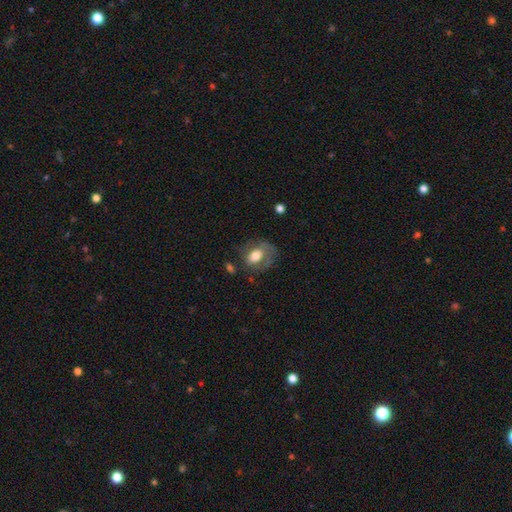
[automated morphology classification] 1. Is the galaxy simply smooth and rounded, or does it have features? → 54% smooth, 38% featured or disk, 8% star or artifact.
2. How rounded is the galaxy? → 68% in between, 31% round, 1% cigar-shaped.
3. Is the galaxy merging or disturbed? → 49% none, 25% minor disturbance, 23% major disturbance, 4% merger.